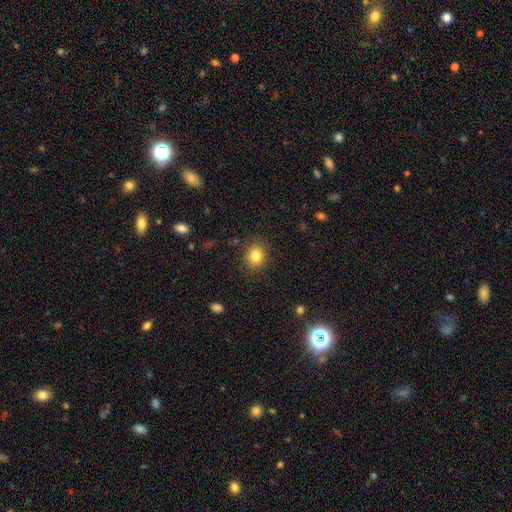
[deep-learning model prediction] Smooth or featured? Predicted: smooth (p=0.83). How rounded? Predicted: round (p=0.62). Merging? Predicted: none (p=0.86).